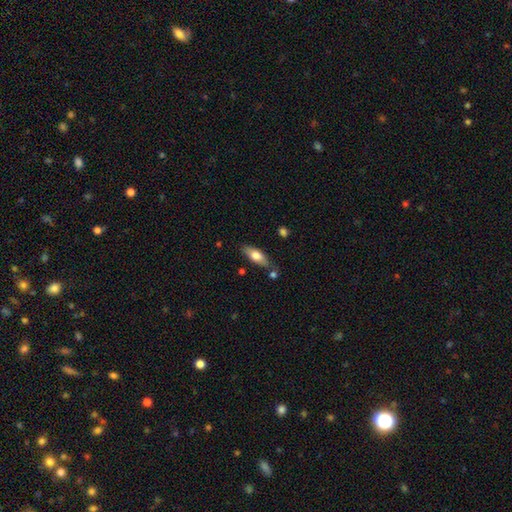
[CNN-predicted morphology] This appears to be a smooth galaxy with no disk features (68%) that is in between round and cigar-shaped (67%). Merging: none (76%).